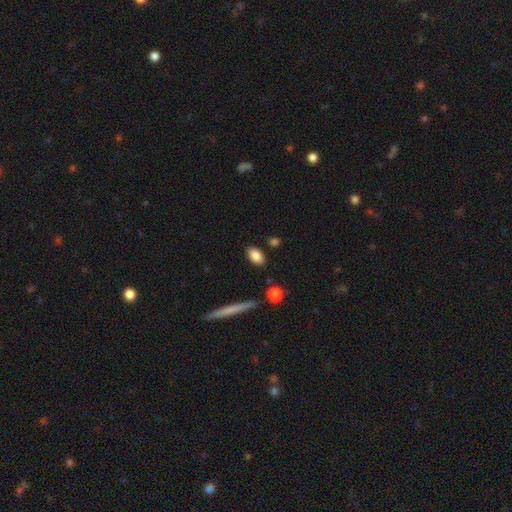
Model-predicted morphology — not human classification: Smooth or featured? Predicted: smooth (p=0.85). How rounded? Predicted: in between (p=0.88). Merging? Predicted: none (p=0.85).